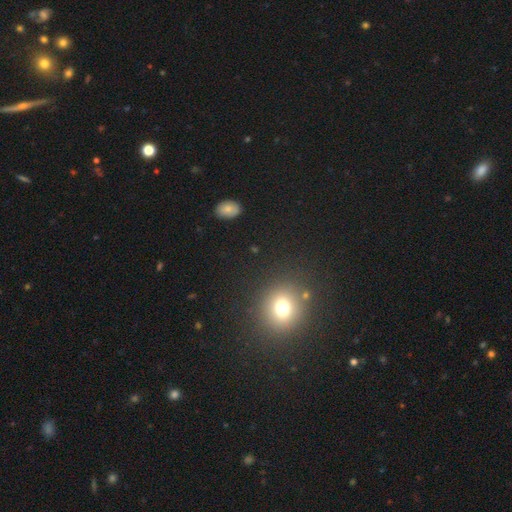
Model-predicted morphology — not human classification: A smooth galaxy with no disk features (57%) that is round (83%).

Vote fractions:
- Smooth or featured? smooth: 57% / star or artifact: 35% / featured or disk: 7%
- How rounded? round: 83% / in between: 16% / cigar-shaped: 2%
- Merging? none: 91% / minor disturbance: 5% / major disturbance: 2% / merger: 2%